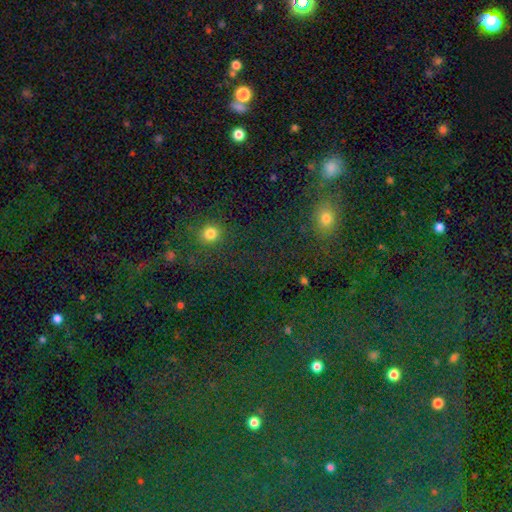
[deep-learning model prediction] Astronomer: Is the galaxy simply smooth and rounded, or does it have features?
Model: star or artifact — 56% (runner-up: smooth, 36%).